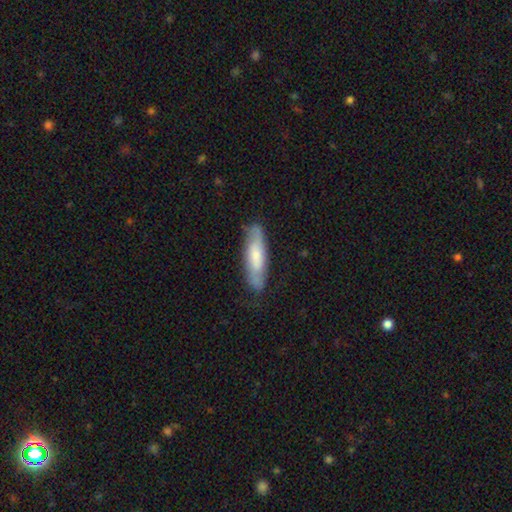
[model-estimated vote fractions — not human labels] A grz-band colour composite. It shows a smooth galaxy with no disk features (56%) that is cigar-shaped (62%). Merging: none (76%).